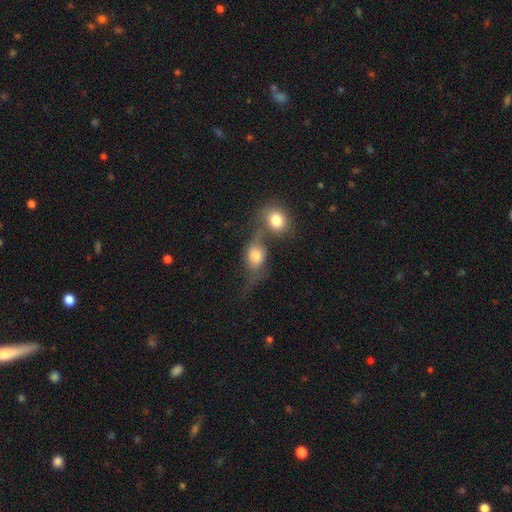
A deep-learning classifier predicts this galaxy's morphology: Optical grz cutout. It shows a smooth galaxy with no disk features (62%) that is in between round and cigar-shaped (53%). Merging: merger (60%).